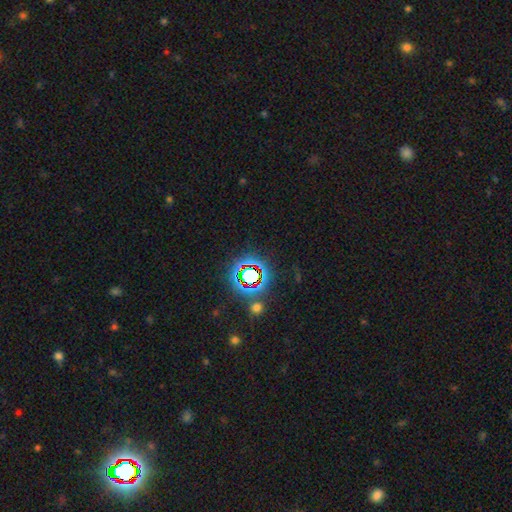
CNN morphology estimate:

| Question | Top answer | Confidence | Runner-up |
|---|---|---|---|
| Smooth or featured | star or artifact | 66% | smooth (21%) |